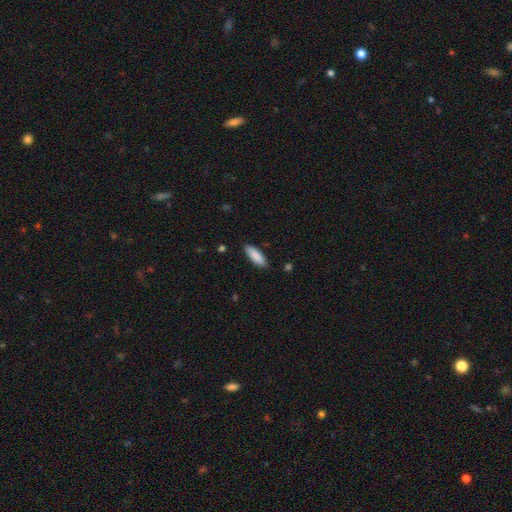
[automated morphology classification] Q: Smooth or featured?
A: smooth (88%); runner-up: featured or disk (6%)
Q: How rounded?
A: in between (58%); runner-up: cigar-shaped (41%)
Q: Merging?
A: none (86%); runner-up: minor disturbance (10%)